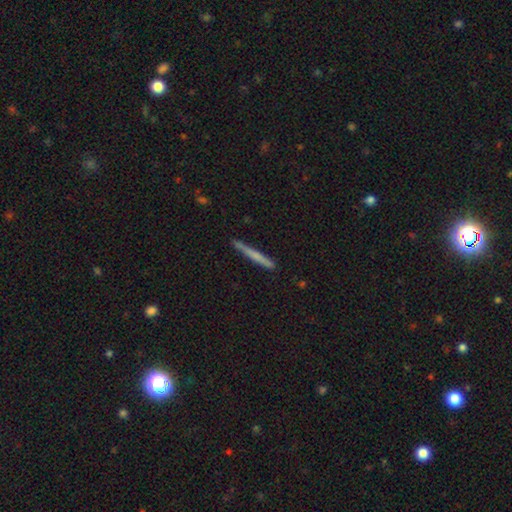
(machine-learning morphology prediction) A smooth galaxy with no disk features (60%) that is cigar-shaped (96%).

Vote fractions:
- Smooth or featured? smooth: 60% / featured or disk: 34% / star or artifact: 6%
- How rounded? cigar-shaped: 96% / in between: 2% / round: 1%
- Merging? none: 86% / minor disturbance: 10% / major disturbance: 2% / merger: 2%